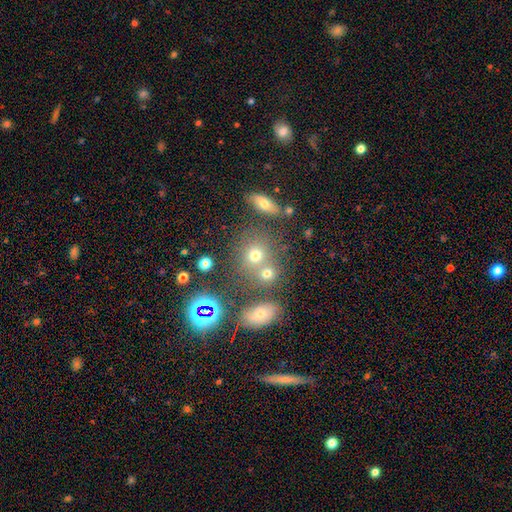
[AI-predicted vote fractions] This is likely a smooth galaxy (60%). How rounded: likely round (75%). Merging: possibly none (58%).